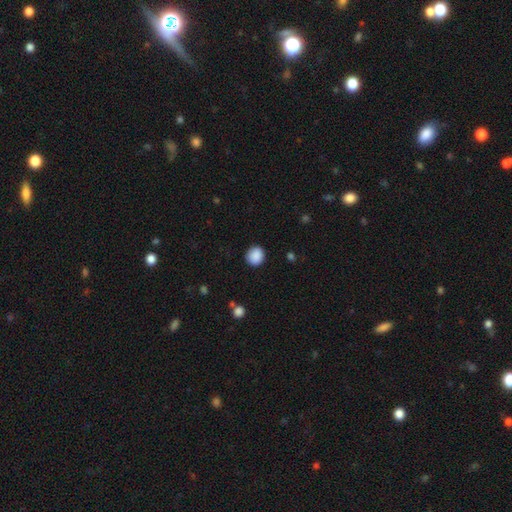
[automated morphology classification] Smooth or featured: smooth — 89% (star or artifact — 8%)
How rounded: round — 82% (in between — 17%)
Merging: none — 88% (minor disturbance — 8%)